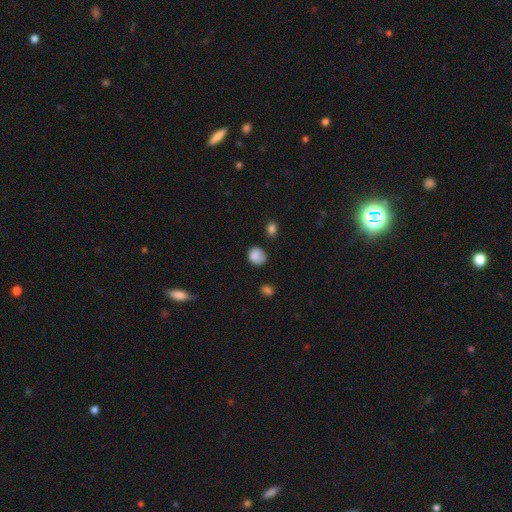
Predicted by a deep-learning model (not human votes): A smooth galaxy with no disk features (83%) that is round (74%).

Vote fractions:
- Smooth or featured? smooth: 83% / star or artifact: 9% / featured or disk: 8%
- How rounded? round: 74% / in between: 25% / cigar-shaped: 1%
- Merging? none: 60% / minor disturbance: 28% / major disturbance: 9% / merger: 3%